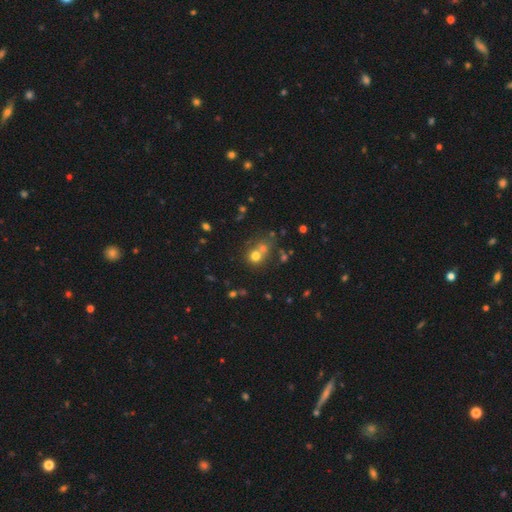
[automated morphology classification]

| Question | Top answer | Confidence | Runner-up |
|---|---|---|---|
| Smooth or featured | smooth | 67% | star or artifact (19%) |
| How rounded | round | 83% | in between (16%) |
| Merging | none | 45% | merger (42%) |